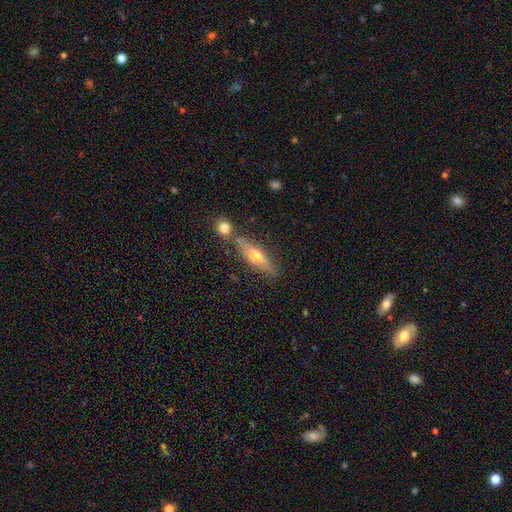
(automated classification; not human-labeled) Smooth or featured? Predicted: featured or disk (p=0.51). Edge-on disk? Predicted: yes (p=0.87). Merging? Predicted: none (p=0.67).